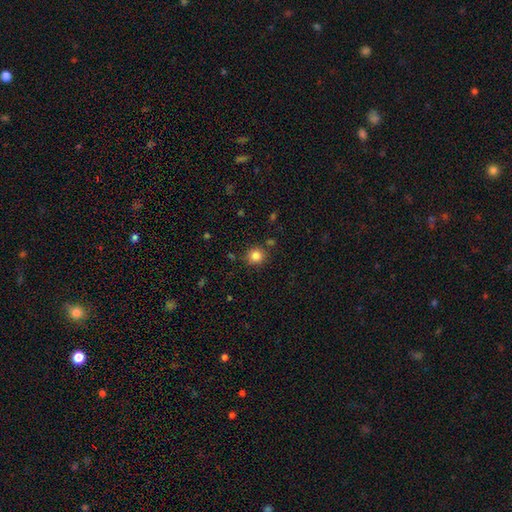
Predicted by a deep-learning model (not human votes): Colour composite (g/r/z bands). It shows a smooth galaxy with no disk features (83%) that is round (90%). Merging: none (83%).